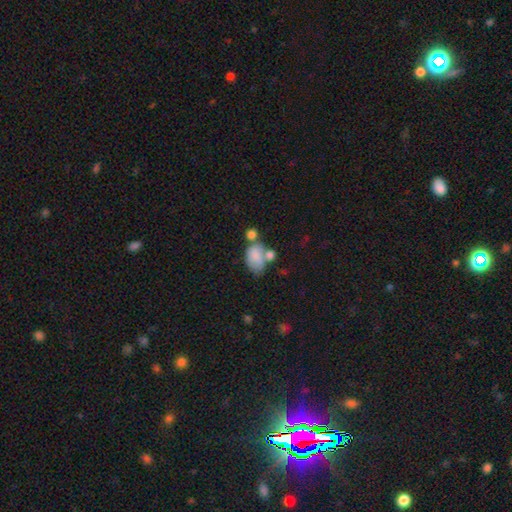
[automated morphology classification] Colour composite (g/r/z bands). It shows a smooth galaxy with no disk features (78%) that is in between round and cigar-shaped (87%). Merging: merger (37%).